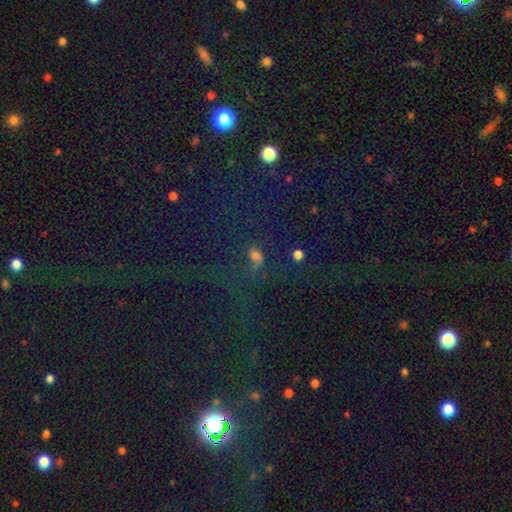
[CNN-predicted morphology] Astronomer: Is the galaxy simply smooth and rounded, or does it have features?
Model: smooth — 45% (runner-up: star or artifact, 32%).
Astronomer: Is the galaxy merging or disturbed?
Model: none — 52%.